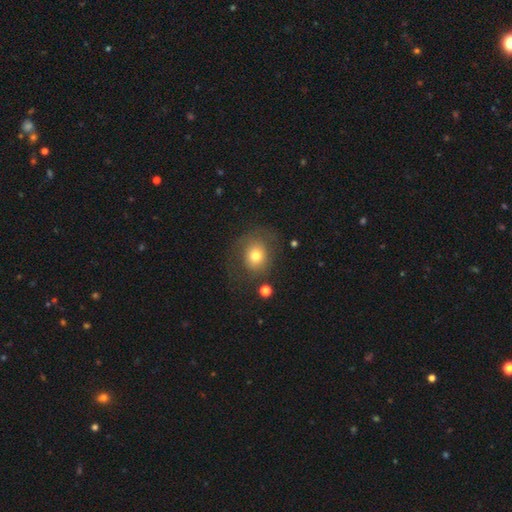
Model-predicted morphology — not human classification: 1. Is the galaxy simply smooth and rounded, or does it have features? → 69% smooth, 20% featured or disk, 11% star or artifact.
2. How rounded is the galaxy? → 69% round, 30% in between, 1% cigar-shaped.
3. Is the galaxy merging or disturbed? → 61% none, 20% minor disturbance, 16% major disturbance, 3% merger.